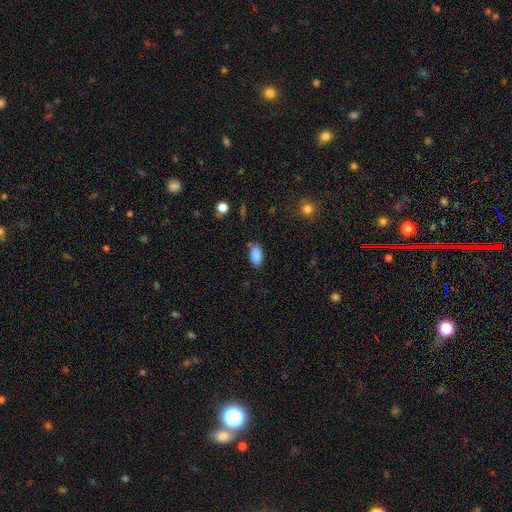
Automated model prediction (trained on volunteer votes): Smooth or featured? smooth (85%)
How rounded? in between (92%)
Merging? none (79%)